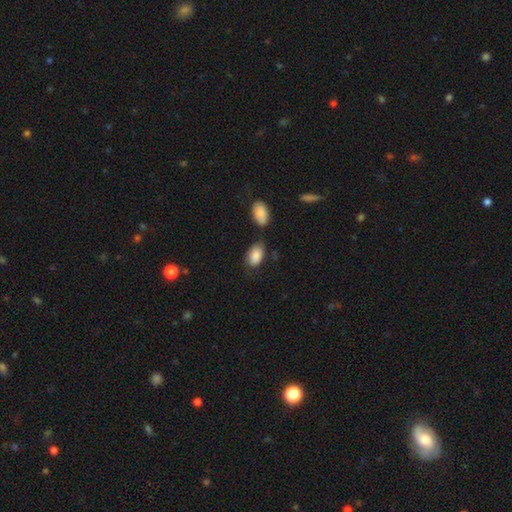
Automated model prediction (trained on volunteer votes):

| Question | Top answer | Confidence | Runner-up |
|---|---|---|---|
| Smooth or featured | smooth | 87% | star or artifact (7%) |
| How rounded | in between | 91% | round (7%) |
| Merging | none | 58% | minor disturbance (23%) |